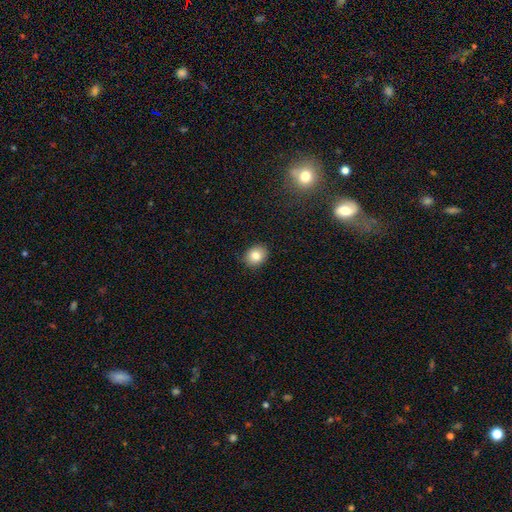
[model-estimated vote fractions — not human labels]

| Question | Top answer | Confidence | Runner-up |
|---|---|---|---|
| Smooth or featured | smooth | 83% | star or artifact (9%) |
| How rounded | round | 55% | in between (44%) |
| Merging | none | 87% | minor disturbance (10%) |